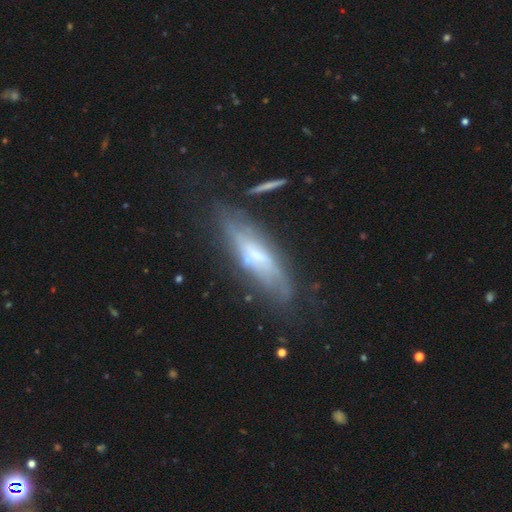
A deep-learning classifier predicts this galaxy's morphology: This appears to be a featured or disk galaxy (60%) viewed edge-on (58%). Merging: none (60%).